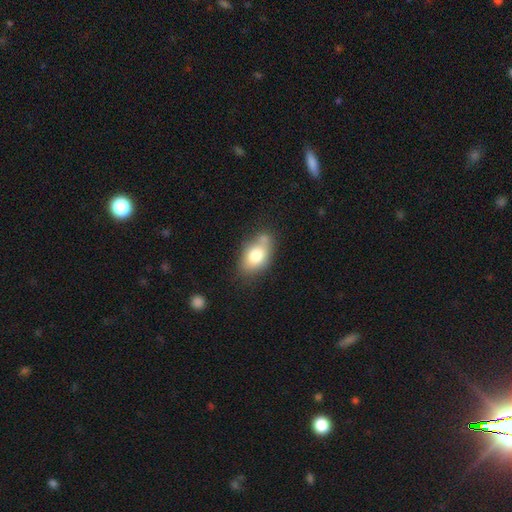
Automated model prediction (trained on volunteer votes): Smooth or featured?
  - smooth: 76% *
  - featured or disk: 16%
  - star or artifact: 8%
How rounded?
  - in between: 87% *
  - round: 10%
  - cigar-shaped: 2%
Merging?
  - none: 56% *
  - minor disturbance: 24%
  - merger: 14%
  - major disturbance: 6%